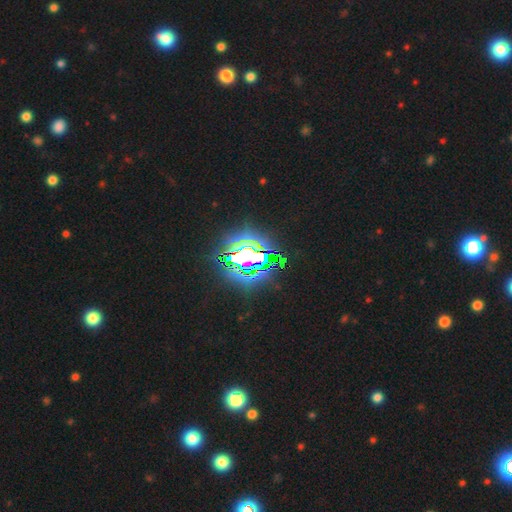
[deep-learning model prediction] This appears to be a star or artifact, not a galaxy (73%).